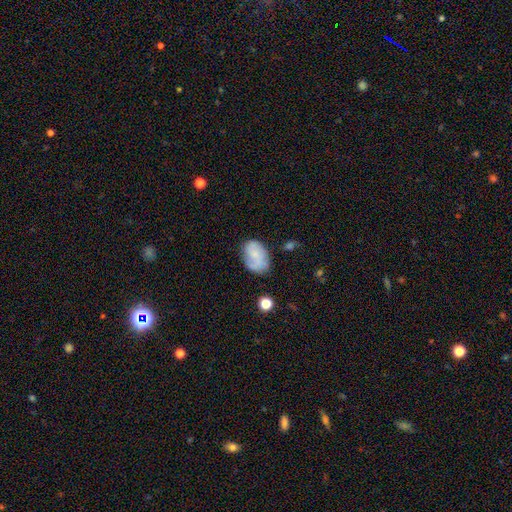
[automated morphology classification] type=smooth (55%); roundness=in between (83%); merging=none (60%).